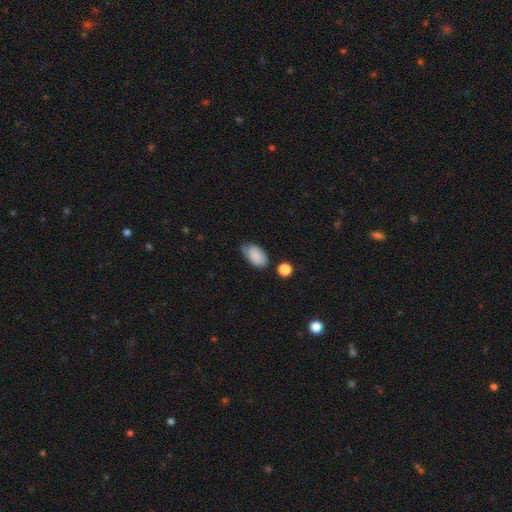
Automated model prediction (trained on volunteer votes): smooth-or-featured: smooth: 81% | featured or disk: 12% | star or artifact: 7%
  how-rounded: in between: 93% | round: 5% | cigar-shaped: 2%
  merging: none: 56% | minor disturbance: 33% | major disturbance: 7% | merger: 5%